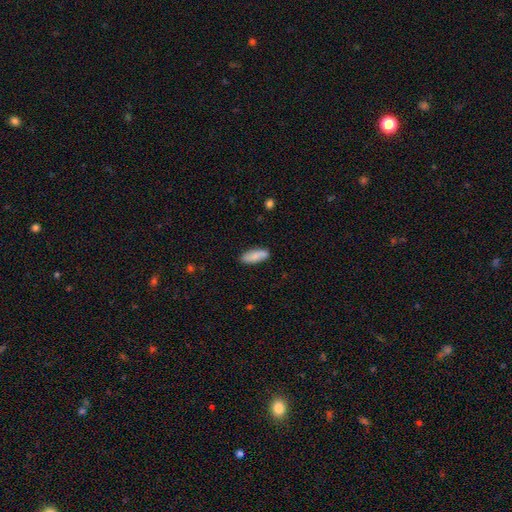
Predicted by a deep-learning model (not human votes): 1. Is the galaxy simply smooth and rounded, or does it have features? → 83% smooth, 12% featured or disk, 6% star or artifact.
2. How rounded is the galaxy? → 66% in between, 32% cigar-shaped, 2% round.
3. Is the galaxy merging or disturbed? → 83% none, 12% minor disturbance, 2% major disturbance, 2% merger.